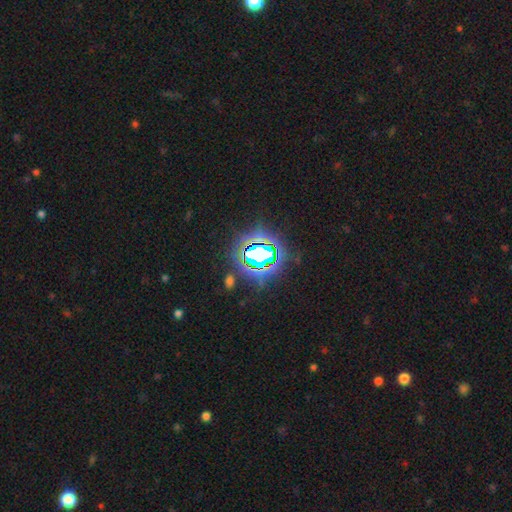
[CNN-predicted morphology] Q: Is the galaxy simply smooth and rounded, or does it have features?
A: star or artifact — 75%.